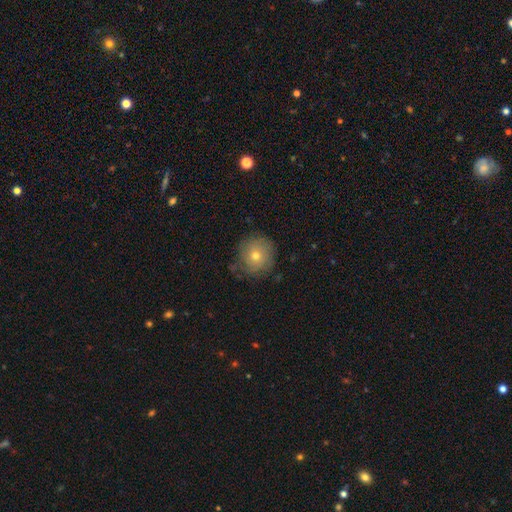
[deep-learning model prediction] This is likely a smooth galaxy (69%). How rounded: clearly round (91%). Merging: likely none (74%).